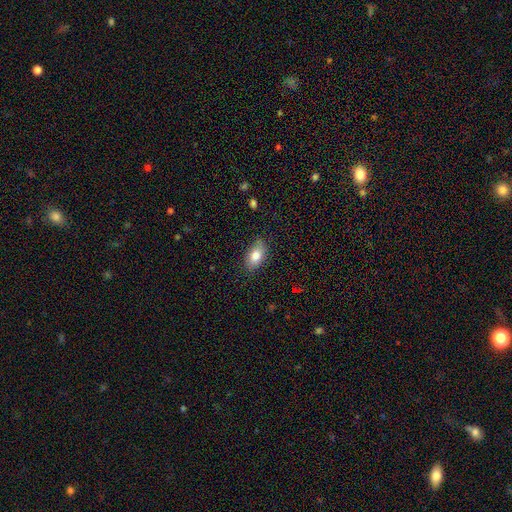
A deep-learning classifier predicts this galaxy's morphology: A smooth galaxy with no disk features (81%) that is in between round and cigar-shaped (91%). Merging: none (78%).